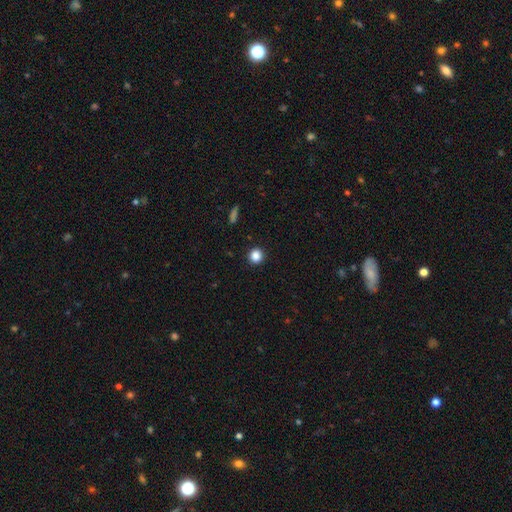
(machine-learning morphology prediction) smooth_or_featured: smooth (p=0.86) [alt: star or artifact p=0.11]
how_rounded: round (p=0.92) [alt: in between p=0.07]
merging: none (p=0.92) [alt: minor disturbance p=0.05]